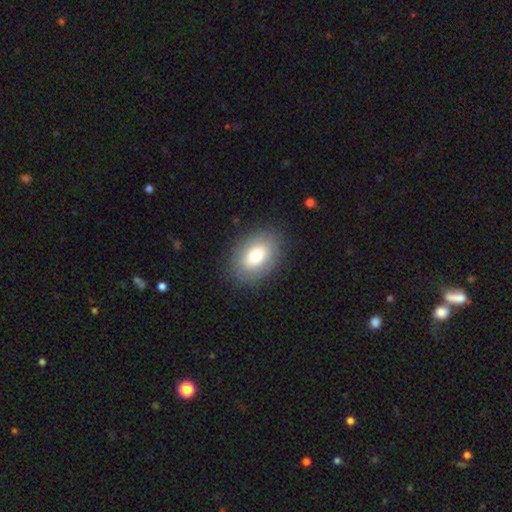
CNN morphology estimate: Smooth or featured?
  - smooth: 79% *
  - featured or disk: 13%
  - star or artifact: 7%
How rounded?
  - in between: 86% *
  - round: 13%
  - cigar-shaped: 1%
Merging?
  - none: 85% *
  - minor disturbance: 10%
  - major disturbance: 4%
  - merger: 1%